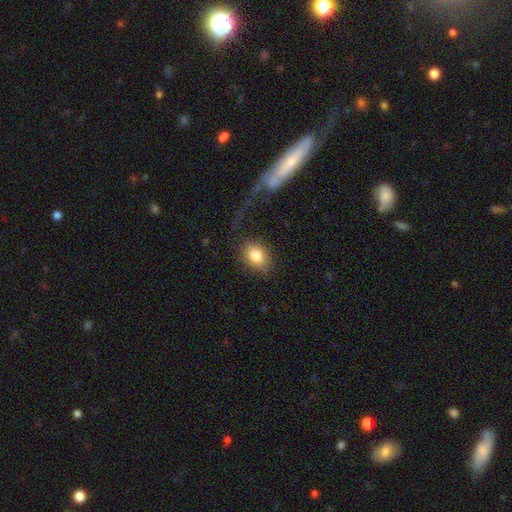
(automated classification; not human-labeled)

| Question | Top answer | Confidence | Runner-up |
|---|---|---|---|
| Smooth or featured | smooth | 82% | featured or disk (10%) |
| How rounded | in between | 76% | round (23%) |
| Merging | none | 74% | minor disturbance (13%) |